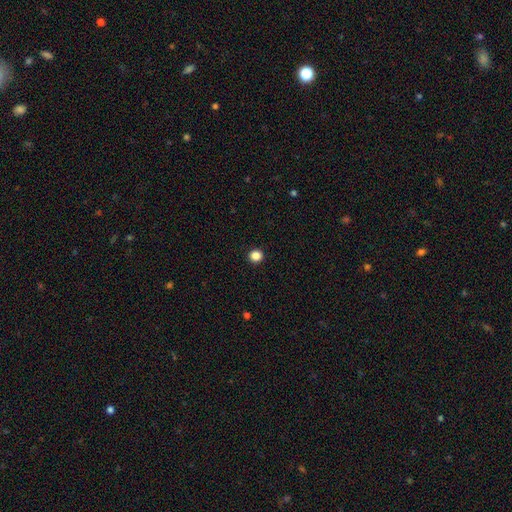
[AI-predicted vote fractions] Smooth or featured: smooth — 86% (star or artifact — 11%)
How rounded: round — 90% (in between — 9%)
Merging: none — 93% (minor disturbance — 4%)